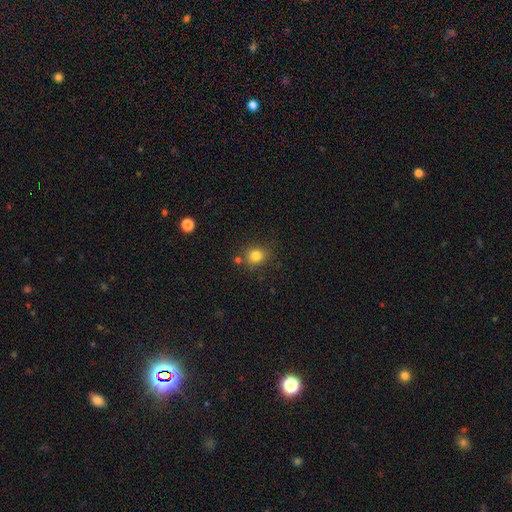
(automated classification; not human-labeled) Overall: smooth (81%). How rounded: round (82%). Merging: none (79%).